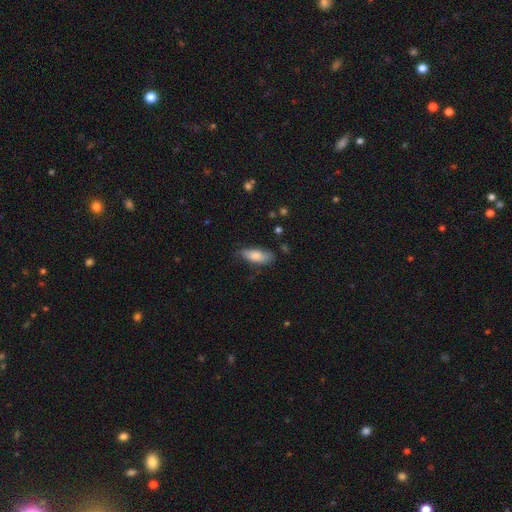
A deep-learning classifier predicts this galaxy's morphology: Overall: smooth (80%). How rounded: in between (77%). Merging: none (68%).